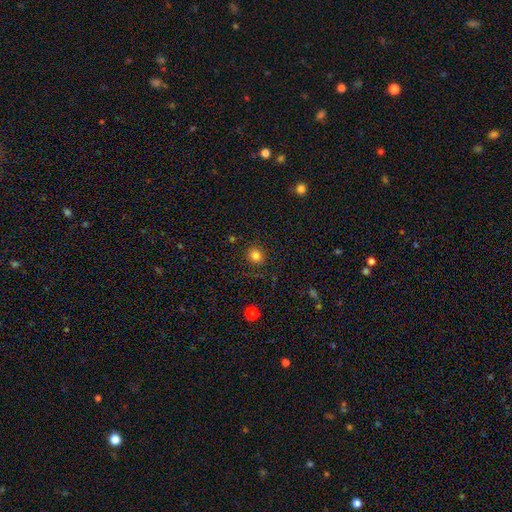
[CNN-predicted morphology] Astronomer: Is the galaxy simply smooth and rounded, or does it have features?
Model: smooth — 81%.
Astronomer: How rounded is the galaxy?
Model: round — 86%.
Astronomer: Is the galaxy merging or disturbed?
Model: none — 86%.